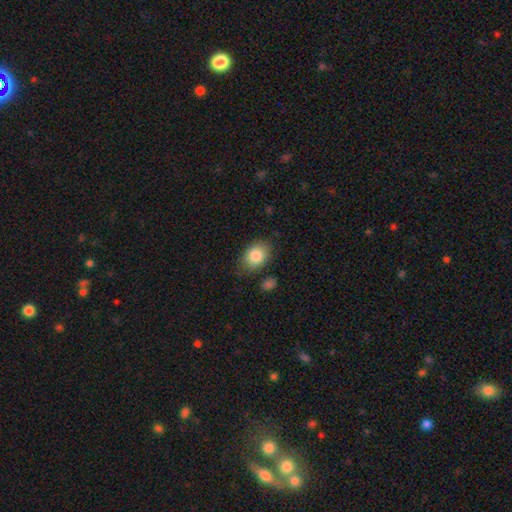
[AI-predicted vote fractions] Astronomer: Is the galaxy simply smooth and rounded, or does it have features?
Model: smooth — 85%.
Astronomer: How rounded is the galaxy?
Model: in between — 77%.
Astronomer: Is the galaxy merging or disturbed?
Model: none — 76%.